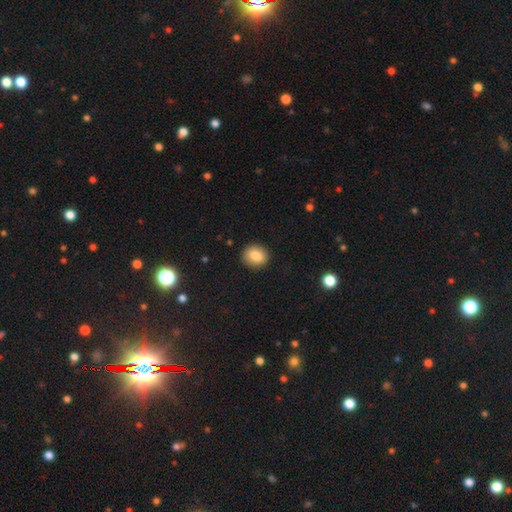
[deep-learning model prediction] This appears to be a smooth galaxy with no disk features (85%) that is round (76%). Merging: none (89%).